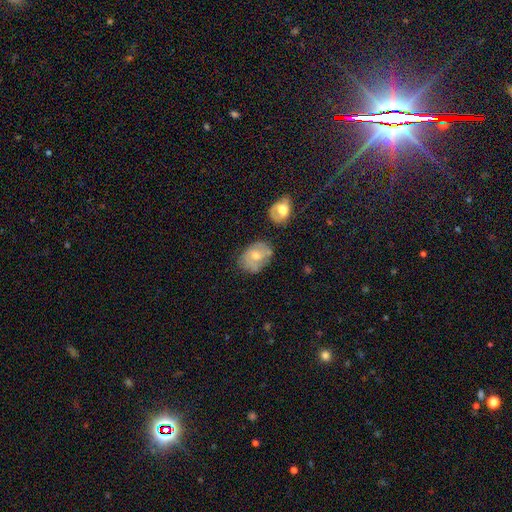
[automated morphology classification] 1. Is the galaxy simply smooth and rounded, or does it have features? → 47% smooth, 45% featured or disk, 8% star or artifact.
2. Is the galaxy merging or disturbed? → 51% none, 29% minor disturbance, 12% major disturbance, 8% merger.